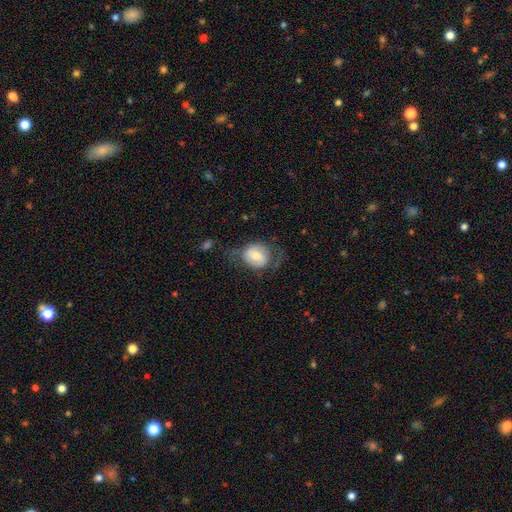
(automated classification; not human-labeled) A smooth galaxy with no disk features (58%) that is round (65%).

Vote fractions:
- Smooth or featured? smooth: 58% / featured or disk: 35% / star or artifact: 7%
- How rounded? round: 65% / in between: 34% / cigar-shaped: 1%
- Merging? none: 48% / minor disturbance: 25% / major disturbance: 25% / merger: 2%